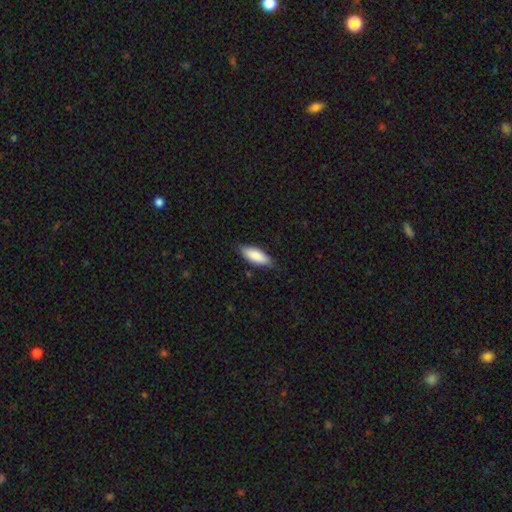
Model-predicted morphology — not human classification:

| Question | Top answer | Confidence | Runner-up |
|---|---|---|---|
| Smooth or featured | smooth | 85% | featured or disk (9%) |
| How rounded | in between | 72% | cigar-shaped (27%) |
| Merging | none | 81% | minor disturbance (15%) |